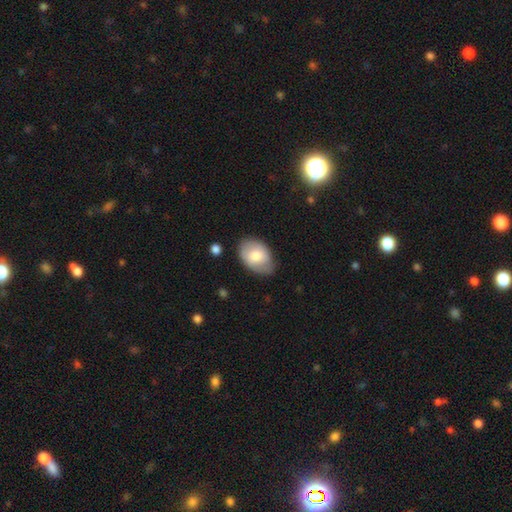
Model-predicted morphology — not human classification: Overall: smooth (72%). How rounded: in between (85%). Merging: none (70%).